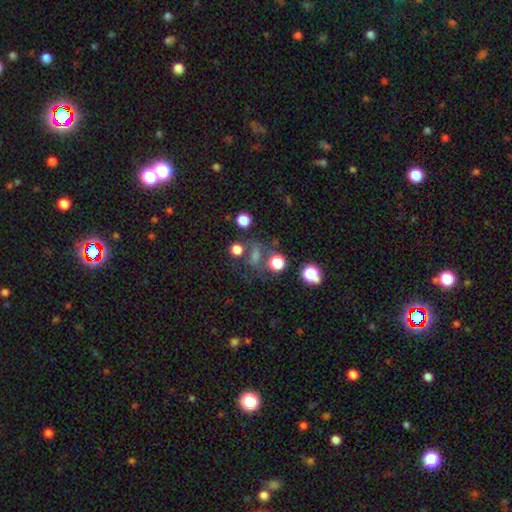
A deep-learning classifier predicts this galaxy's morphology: Q: Smooth or featured?
A: smooth (50%); runner-up: star or artifact (34%)
Q: Merging?
A: none (57%); runner-up: minor disturbance (16%)